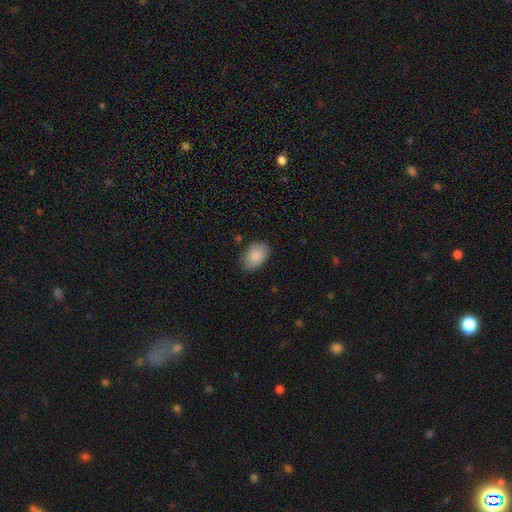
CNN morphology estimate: type=smooth (87%); roundness=in between (86%); merging=none (81%).